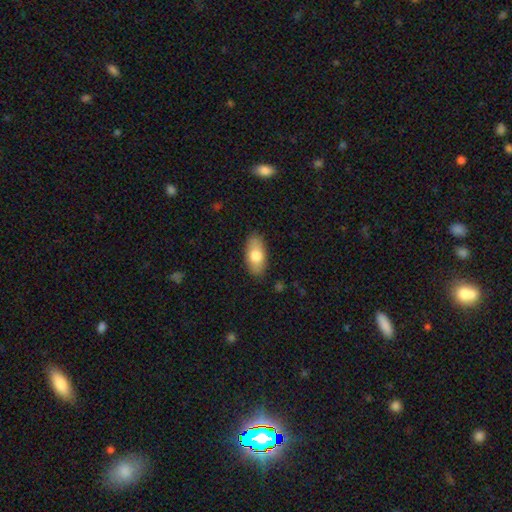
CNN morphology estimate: Smooth or featured?
  - smooth: 75% *
  - featured or disk: 18%
  - star or artifact: 6%
How rounded?
  - in between: 90% *
  - cigar-shaped: 6%
  - round: 4%
Merging?
  - none: 86% *
  - minor disturbance: 10%
  - major disturbance: 2%
  - merger: 1%